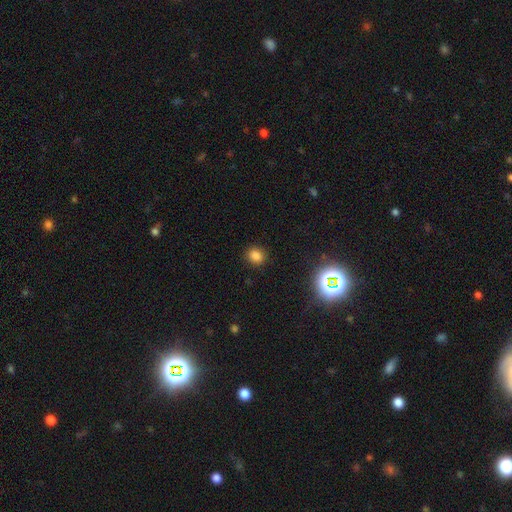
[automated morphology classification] smooth-or-featured: smooth: 79% | star or artifact: 16% | featured or disk: 4%
  how-rounded: round: 72% | in between: 27% | cigar-shaped: 1%
  merging: none: 89% | minor disturbance: 7% | major disturbance: 3% | merger: 1%